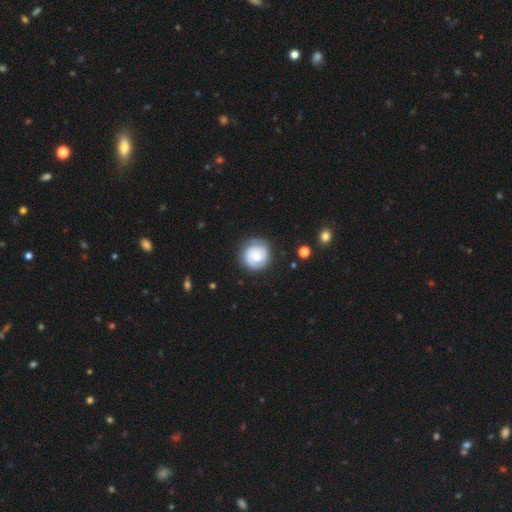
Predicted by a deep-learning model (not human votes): smooth-or-featured: featured or disk: 52% | smooth: 41% | star or artifact: 7%
  disk-edge-on: no: 98% | yes: 2%
    bar: no: 62% | weak: 32% | strong: 6%
    has-spiral-arms: yes: 89% | no: 11%
    bulge-size: moderate: 39% (tied) | small: 39% (tied) | large: 11% | none: 8% | dominant: 2%
  merging: none: 81% | minor disturbance: 13% | major disturbance: 5% | merger: 1%